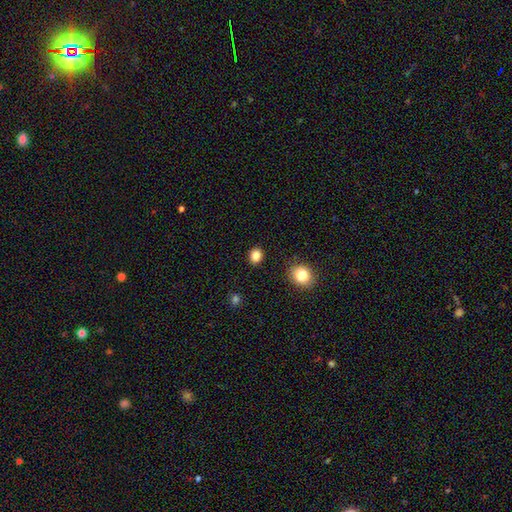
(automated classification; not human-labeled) Smooth or featured? Predicted: smooth (p=0.84). How rounded? Predicted: round (p=0.66). Merging? Predicted: none (p=0.90).